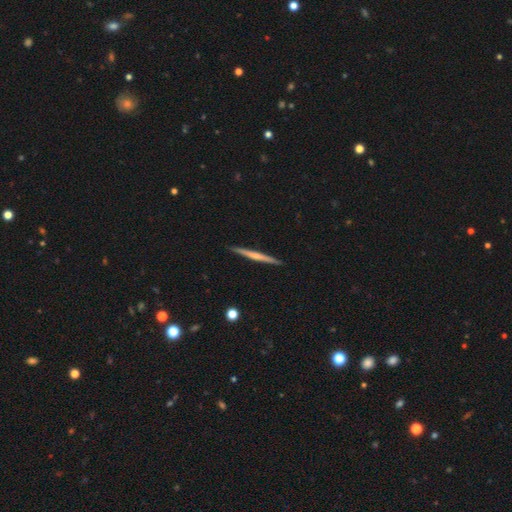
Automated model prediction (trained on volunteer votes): A featured or disk galaxy (54%) viewed edge-on (98%) with no central bulge (65%). Merging: none (92%).